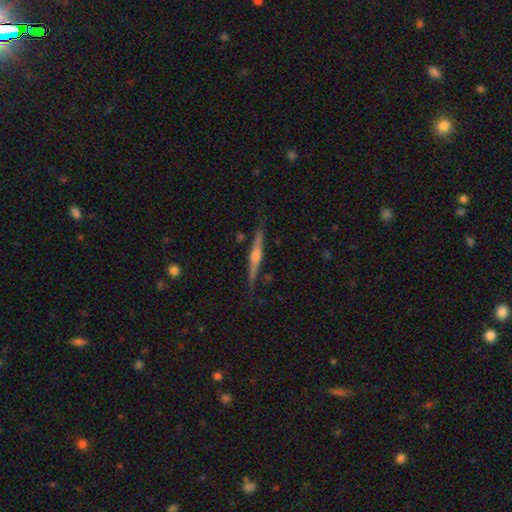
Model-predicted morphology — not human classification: This is likely a featured or disk galaxy (79%). It is clearly viewed edge-on (98%). Edge-on bulge: clearly rounded (88%). Merging: clearly none (87%).